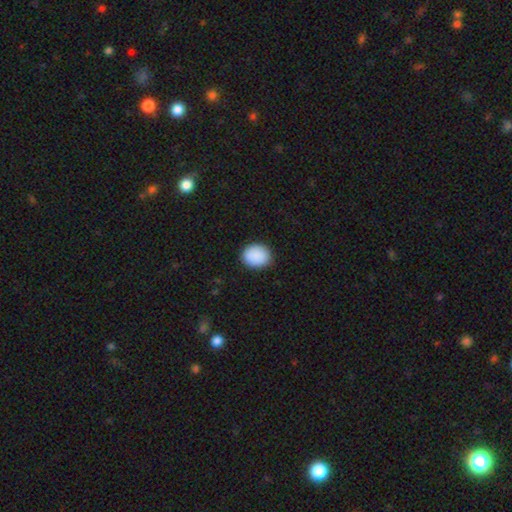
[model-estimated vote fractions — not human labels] The model was most divided on "how rounded": round: 63%, in between: 36%, cigar-shaped: 1%. More confident: smooth or featured — smooth (90%); merging — none (89%).